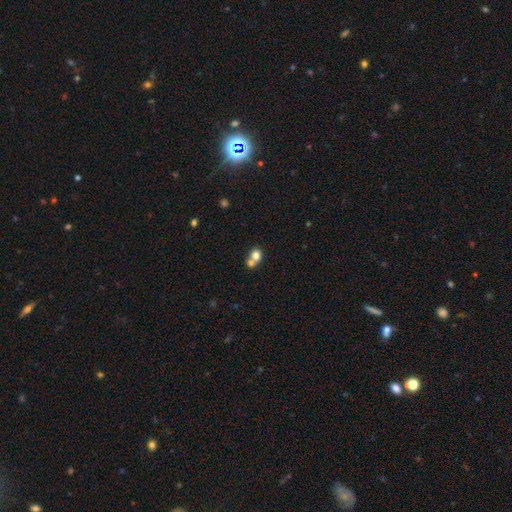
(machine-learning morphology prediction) Smooth or featured: smooth — 76% (featured or disk — 13%)
How rounded: round — 72% (in between — 27%)
Merging: merger — 54% (none — 37%)